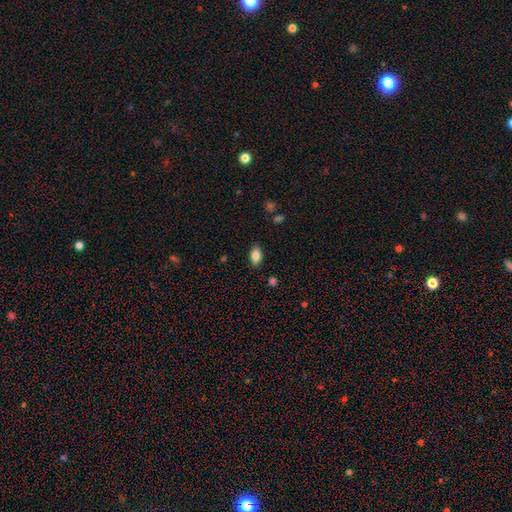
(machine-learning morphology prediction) A smooth galaxy with no disk features (84%) that is in between round and cigar-shaped (90%). Merging: none (86%).